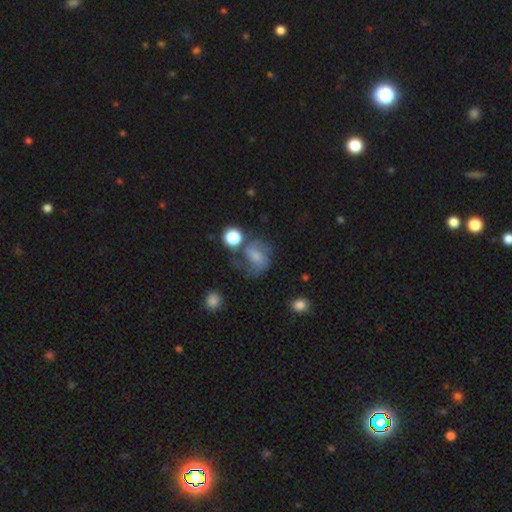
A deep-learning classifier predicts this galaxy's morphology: Q: Smooth or featured?
A: featured or disk (48%); runner-up: smooth (39%)
Q: Merging?
A: none (42%); runner-up: major disturbance (26%)